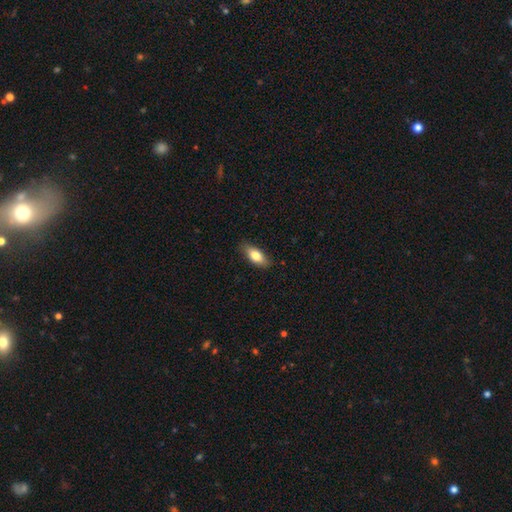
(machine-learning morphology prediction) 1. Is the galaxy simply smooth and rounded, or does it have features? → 79% smooth, 14% featured or disk, 6% star or artifact.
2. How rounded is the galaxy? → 82% in between, 15% cigar-shaped, 3% round.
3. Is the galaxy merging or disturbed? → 83% none, 14% minor disturbance, 2% major disturbance, 1% merger.